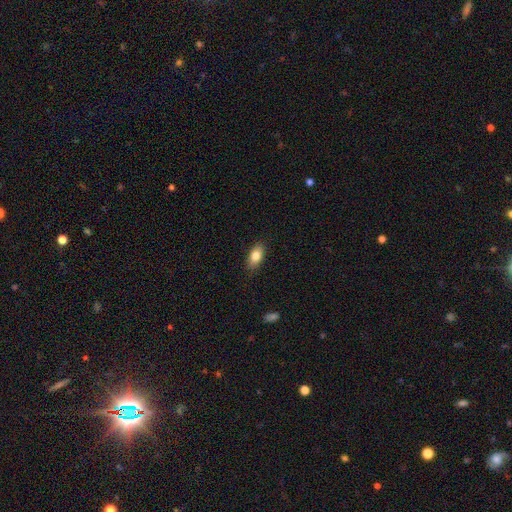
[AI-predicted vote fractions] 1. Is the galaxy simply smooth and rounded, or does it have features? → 82% smooth, 11% featured or disk, 7% star or artifact.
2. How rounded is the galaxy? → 89% in between, 6% cigar-shaped, 5% round.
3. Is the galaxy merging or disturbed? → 87% none, 10% minor disturbance, 2% major disturbance, 1% merger.